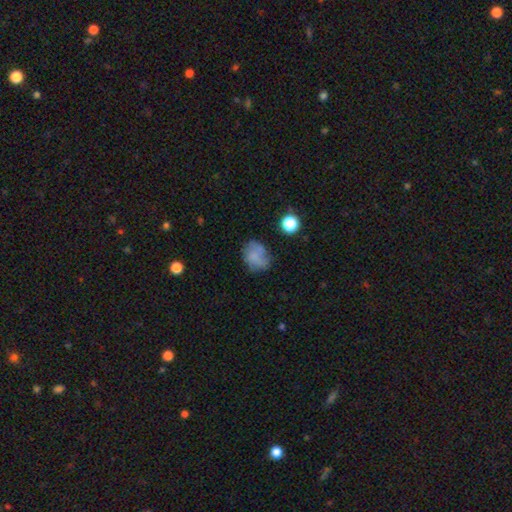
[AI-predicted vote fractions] Smooth or featured? smooth (67%)
How rounded? in between (50%)
Merging? none (54%)